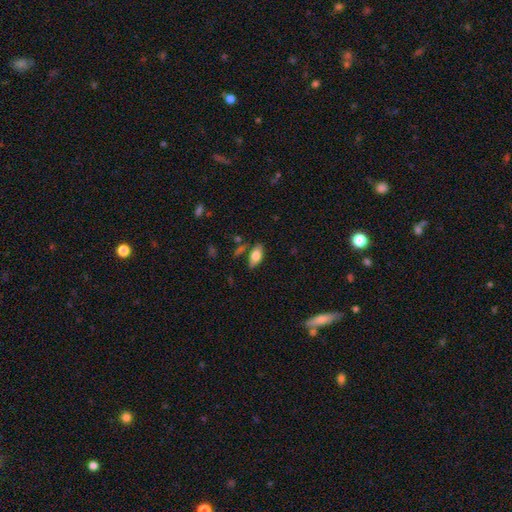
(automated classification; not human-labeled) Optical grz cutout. It shows a smooth galaxy with no disk features (72%) that is in between round and cigar-shaped (86%). Merging: none (77%).